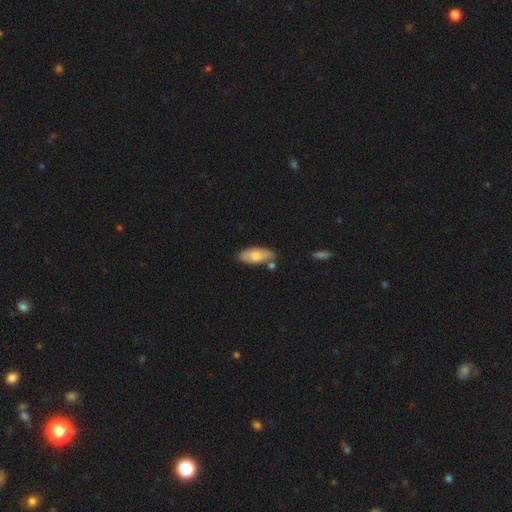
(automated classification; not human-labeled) Smooth or featured? smooth (70%)
How rounded? in between (86%)
Merging? none (71%)